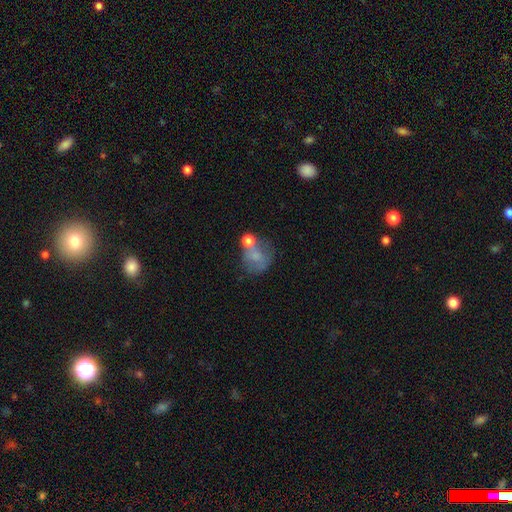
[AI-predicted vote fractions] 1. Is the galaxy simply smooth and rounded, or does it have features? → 65% smooth, 23% featured or disk, 13% star or artifact.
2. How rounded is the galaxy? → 68% round, 31% in between, 1% cigar-shaped.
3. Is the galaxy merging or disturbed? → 37% none, 24% merger, 20% minor disturbance, 19% major disturbance.